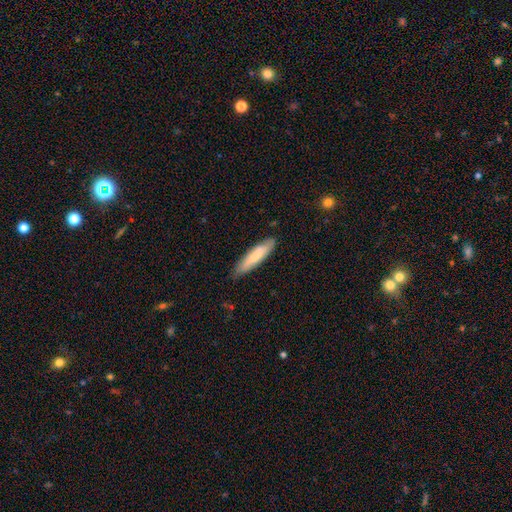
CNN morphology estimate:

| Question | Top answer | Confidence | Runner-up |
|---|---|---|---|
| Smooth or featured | smooth | 75% | featured or disk (20%) |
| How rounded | cigar-shaped | 81% | in between (18%) |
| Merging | none | 81% | minor disturbance (16%) |